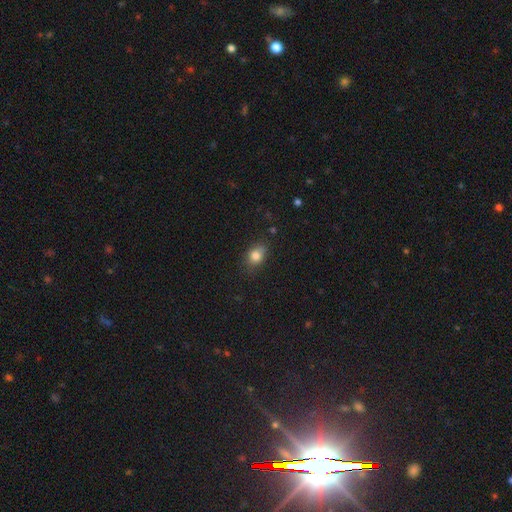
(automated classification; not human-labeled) This appears to be a smooth galaxy with no disk features (81%) that is in between round and cigar-shaped (57%). Merging: none (69%).